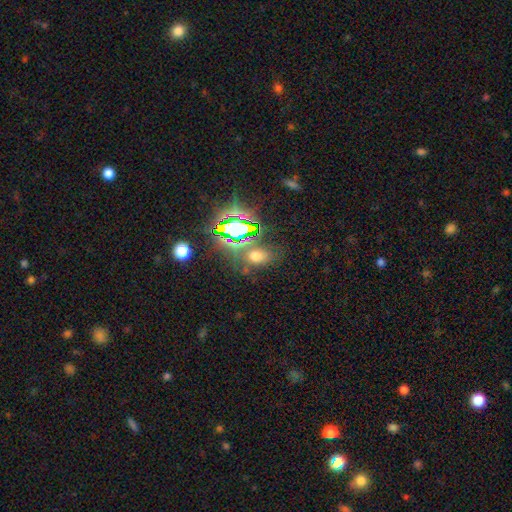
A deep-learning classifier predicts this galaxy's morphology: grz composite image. It shows a smooth galaxy with no disk features (48%). Merging: none (69%).